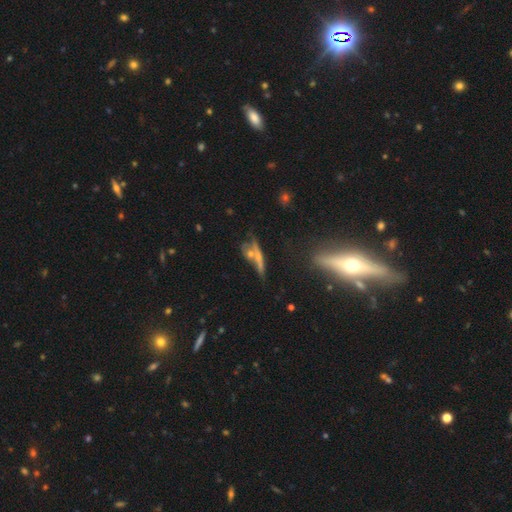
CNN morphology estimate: Smooth or featured?
  - featured or disk: 44% *
  - smooth: 43%
  - star or artifact: 13%
Merging?
  - none: 41% *
  - merger: 34%
  - minor disturbance: 15%
  - major disturbance: 10%